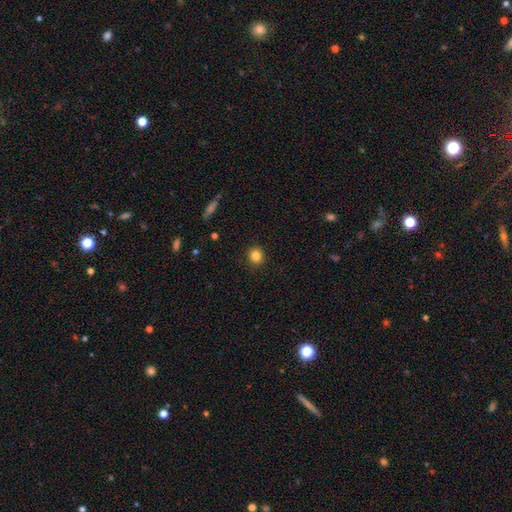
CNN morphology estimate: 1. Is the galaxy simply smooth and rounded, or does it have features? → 84% smooth, 11% star or artifact, 5% featured or disk.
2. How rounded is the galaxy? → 86% round, 13% in between, 1% cigar-shaped.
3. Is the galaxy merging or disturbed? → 91% none, 6% minor disturbance, 2% major disturbance, 1% merger.